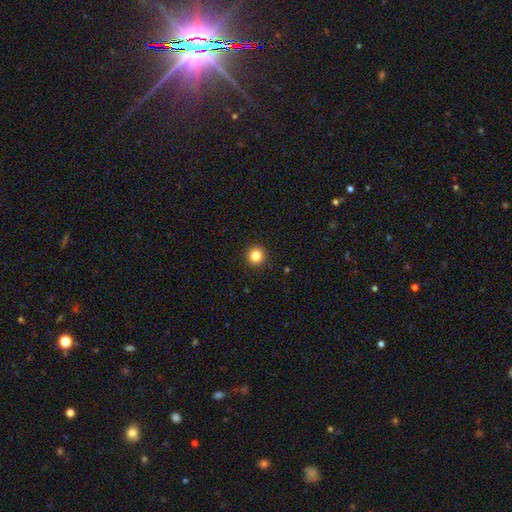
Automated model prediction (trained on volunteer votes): Smooth or featured? Predicted: smooth (p=0.84). How rounded? Predicted: round (p=0.95). Merging? Predicted: none (p=0.93).